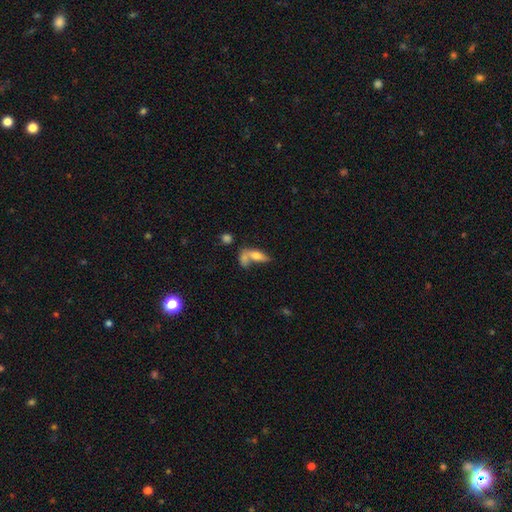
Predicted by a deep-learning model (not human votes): A smooth galaxy with no disk features (61%) that is in between round and cigar-shaped (63%).

Vote fractions:
- Smooth or featured? smooth: 61% / featured or disk: 30% / star or artifact: 10%
- How rounded? in between: 63% / cigar-shaped: 32% / round: 5%
- Merging? merger: 48% / none: 32% / minor disturbance: 12% / major disturbance: 9%